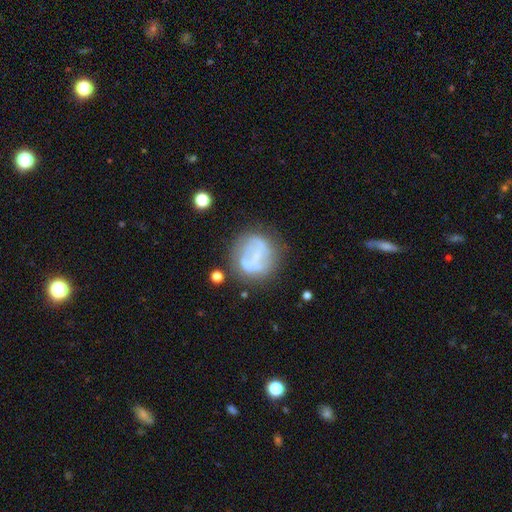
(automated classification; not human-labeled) Smooth or featured: featured or disk — 56% (smooth — 32%)
Edge-on disk: no — 96% (yes — 4%)
Bar: no — 41% (weak — 32%)
Spiral arms: no — 53% (yes — 47%)
Bulge size: none — 50% (small — 37%)
Merging: none — 63% (minor disturbance — 19%)